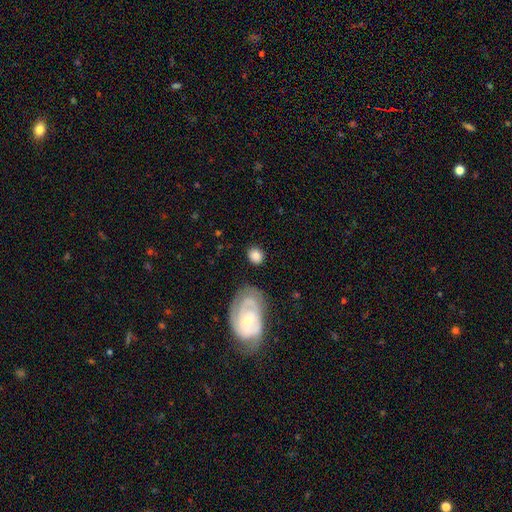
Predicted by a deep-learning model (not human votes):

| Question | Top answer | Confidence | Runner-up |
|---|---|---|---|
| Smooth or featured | smooth | 79% | featured or disk (14%) |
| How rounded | round | 60% | in between (39%) |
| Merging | none | 79% | minor disturbance (12%) |